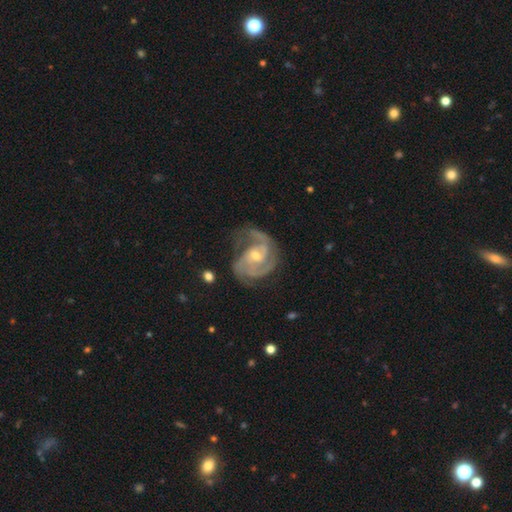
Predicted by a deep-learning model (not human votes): Smooth or featured? Predicted: featured or disk (p=0.91). Edge-on disk? Predicted: no (p=0.98). Bar? Predicted: no (p=0.48). Spiral arms? Predicted: yes (p=0.98). Spiral winding? Predicted: medium (p=0.48). Spiral arm count? Predicted: 3 (p=0.45). Bulge size? Predicted: moderate (p=0.50). Merging? Predicted: none (p=0.57).